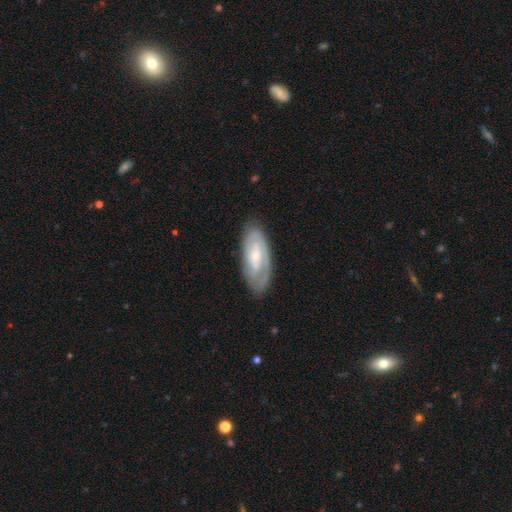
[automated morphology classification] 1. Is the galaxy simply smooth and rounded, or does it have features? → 74% featured or disk, 20% smooth, 5% star or artifact.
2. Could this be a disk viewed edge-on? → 93% no, 7% yes.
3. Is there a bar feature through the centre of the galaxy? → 45% no, 41% weak, 13% strong.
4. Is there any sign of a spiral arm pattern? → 90% yes, 10% no.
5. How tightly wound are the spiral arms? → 58% tight, 33% medium, 9% loose.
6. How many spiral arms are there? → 55% 2, 25% can't tell, 9% 1, 7% 3, 2% 4, 2% more than 4.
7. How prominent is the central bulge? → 58% small, 34% moderate, 5% none, 3% large, 1% dominant.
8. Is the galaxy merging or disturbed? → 77% none, 17% minor disturbance, 5% major disturbance, 1% merger.